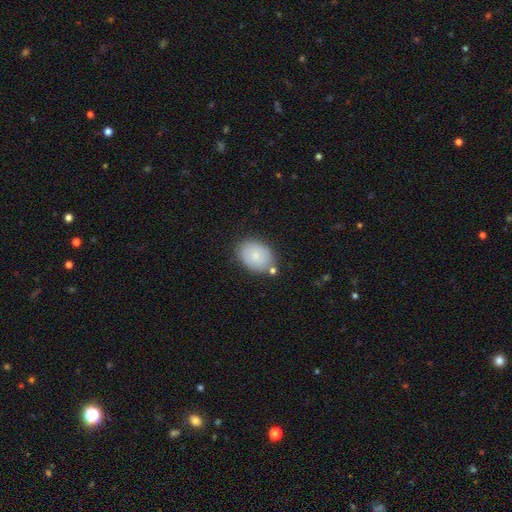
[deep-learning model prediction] A smooth galaxy with no disk features (77%) that is in between round and cigar-shaped (75%). Merging: none (74%).